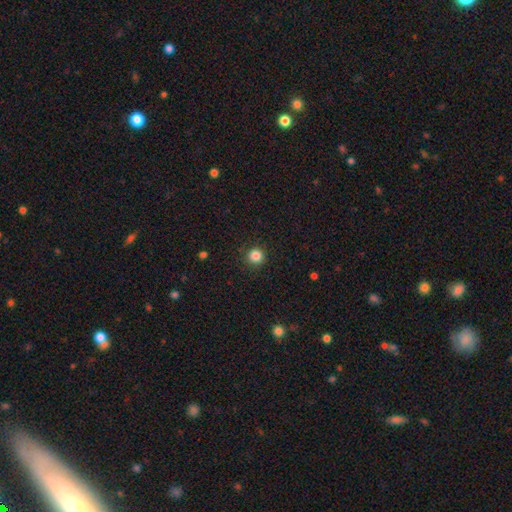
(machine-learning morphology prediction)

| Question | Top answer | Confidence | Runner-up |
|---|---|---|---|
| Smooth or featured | smooth | 85% | star or artifact (12%) |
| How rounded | round | 95% | in between (4%) |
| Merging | none | 91% | minor disturbance (6%) |